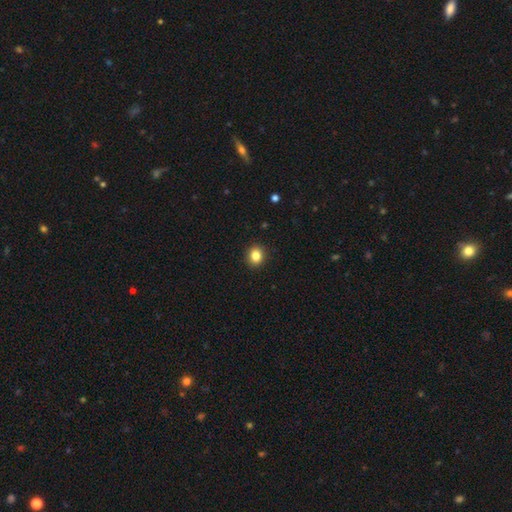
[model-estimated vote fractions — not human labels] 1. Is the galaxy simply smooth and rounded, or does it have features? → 84% smooth, 11% star or artifact, 5% featured or disk.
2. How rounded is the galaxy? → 74% round, 26% in between, 1% cigar-shaped.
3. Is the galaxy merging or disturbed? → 92% none, 6% minor disturbance, 2% major disturbance, 1% merger.